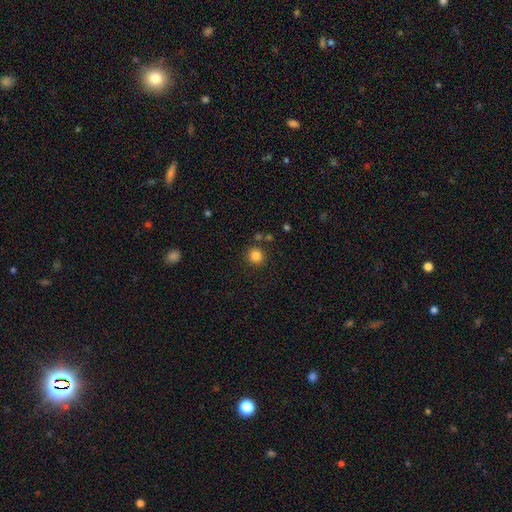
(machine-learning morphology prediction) Smooth or featured: smooth — 84% (star or artifact — 12%)
How rounded: round — 92% (in between — 7%)
Merging: none — 85% (minor disturbance — 7%)